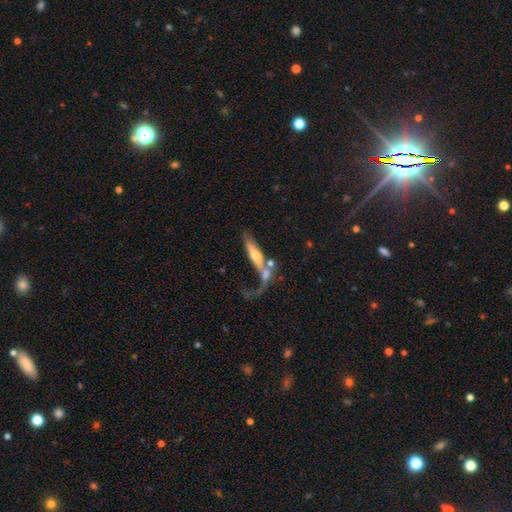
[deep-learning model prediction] Morphology: type=featured or disk (51%); edge-on=yes (57%); merging=merger (41%).